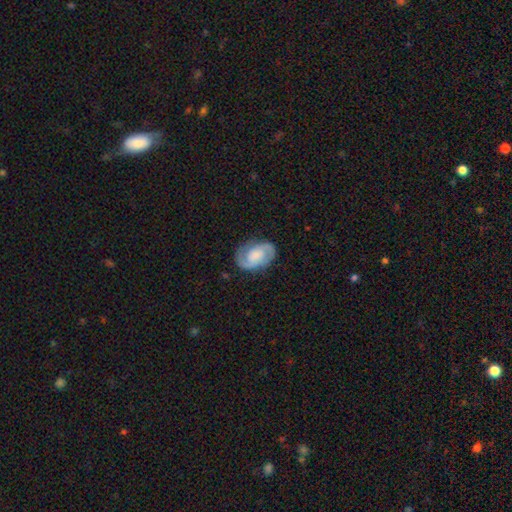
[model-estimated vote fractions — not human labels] Smooth or featured? Predicted: featured or disk (p=0.80). Edge-on disk? Predicted: no (p=0.98). Bar? Predicted: no (p=0.58). Spiral arms? Predicted: yes (p=0.96). Spiral winding? Predicted: medium (p=0.48). Spiral arm count? Predicted: 2 (p=0.91). Bulge size? Predicted: small (p=0.29, tied with moderate). Merging? Predicted: none (p=0.81).